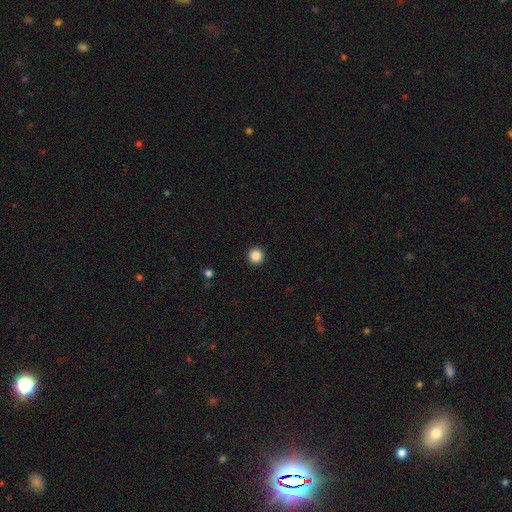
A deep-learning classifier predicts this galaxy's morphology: Q: Smooth or featured?
A: smooth (87%); runner-up: star or artifact (10%)
Q: How rounded?
A: round (96%); runner-up: in between (3%)
Q: Merging?
A: none (94%); runner-up: minor disturbance (4%)